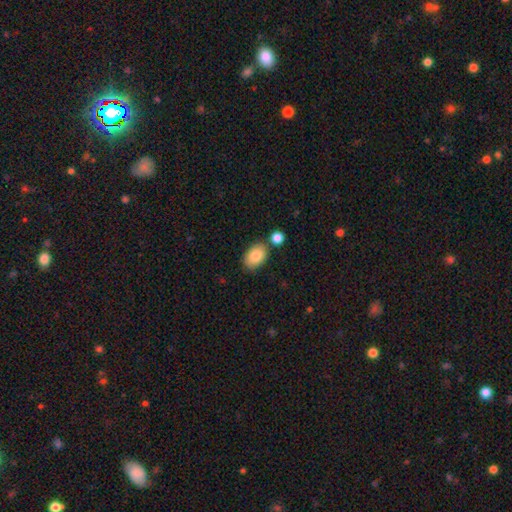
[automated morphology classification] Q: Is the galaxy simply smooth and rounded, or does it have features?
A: smooth — 84%.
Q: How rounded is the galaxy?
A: in between — 88%.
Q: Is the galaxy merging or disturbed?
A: none — 74%.